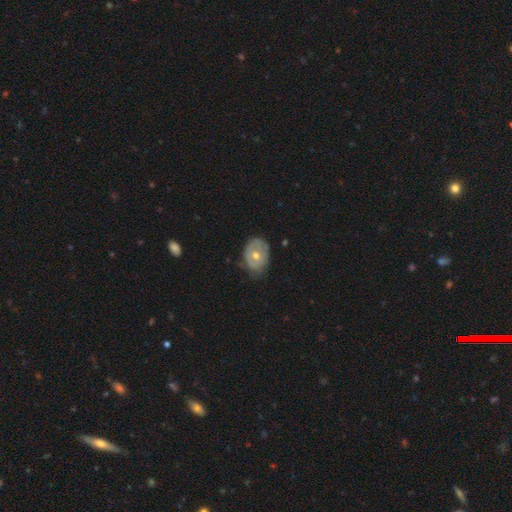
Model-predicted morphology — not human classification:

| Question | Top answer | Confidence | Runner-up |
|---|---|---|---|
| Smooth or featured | featured or disk | 54% | smooth (38%) |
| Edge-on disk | no | 95% | yes (5%) |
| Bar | no | 86% | weak (12%) |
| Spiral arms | no | 58% | yes (42%) |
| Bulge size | moderate | 66% | small (30%) |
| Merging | none | 65% | minor disturbance (28%) |